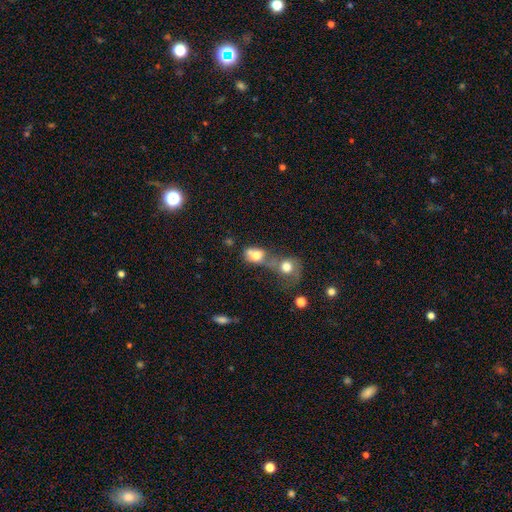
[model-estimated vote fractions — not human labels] The model was most divided on "how rounded": in between: 53%, round: 45%, cigar-shaped: 2%. More confident: smooth or featured — smooth (70%); merging — merger (67%).